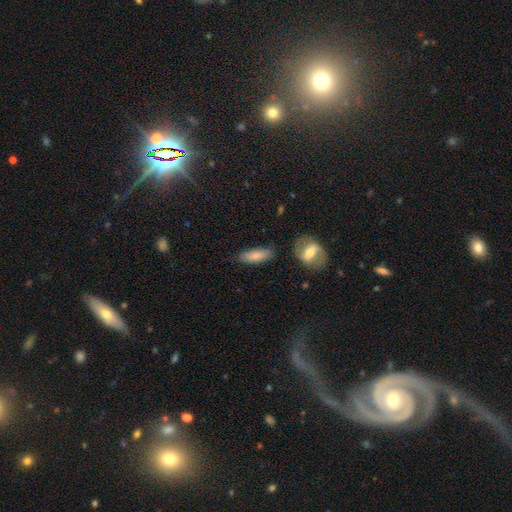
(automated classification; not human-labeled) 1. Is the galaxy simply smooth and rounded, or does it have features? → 78% smooth, 15% featured or disk, 7% star or artifact.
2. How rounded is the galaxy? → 66% in between, 31% cigar-shaped, 3% round.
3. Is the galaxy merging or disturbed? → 74% none, 17% minor disturbance, 5% merger, 4% major disturbance.